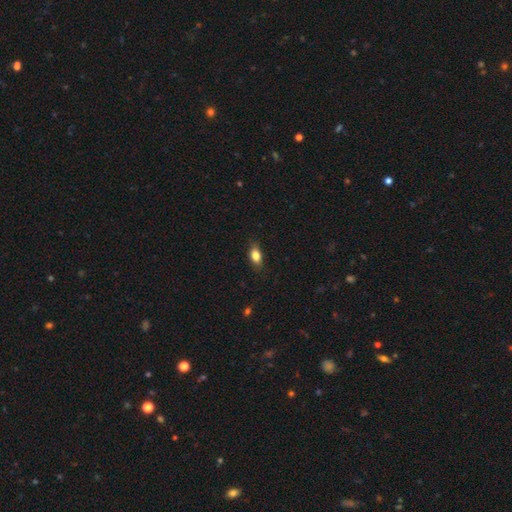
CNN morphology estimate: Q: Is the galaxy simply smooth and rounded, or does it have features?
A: smooth — 83%.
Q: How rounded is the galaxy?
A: in between — 84%.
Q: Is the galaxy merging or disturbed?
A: none — 82%.